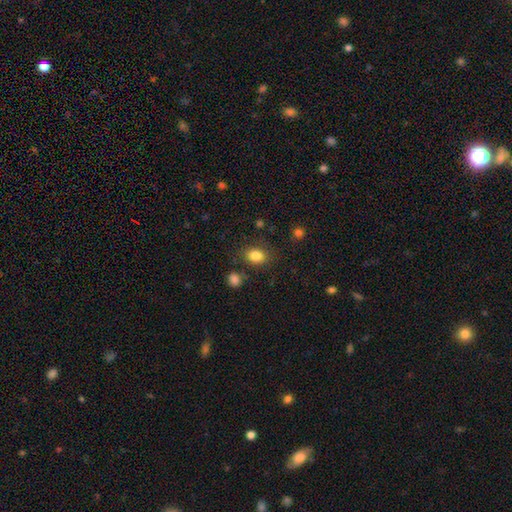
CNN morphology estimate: Smooth or featured: smooth — 84% (star or artifact — 10%)
How rounded: in between — 67% (round — 32%)
Merging: none — 80% (minor disturbance — 12%)